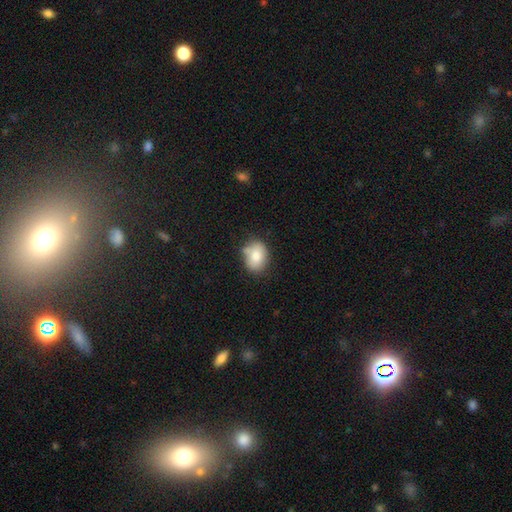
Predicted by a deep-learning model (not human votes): The model was most divided on "how rounded": in between: 62%, round: 37%, cigar-shaped: 1%. More confident: smooth or featured — smooth (79%); merging — none (61%).